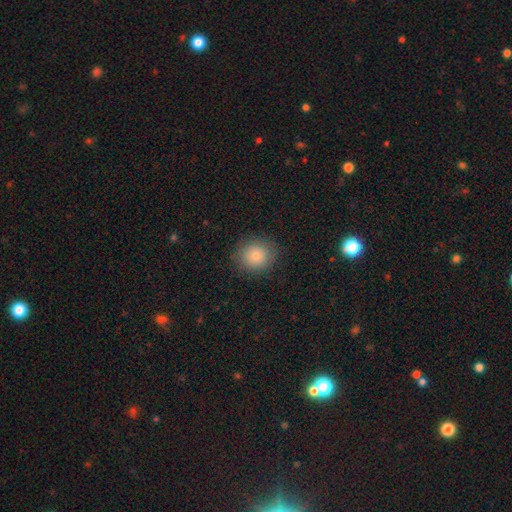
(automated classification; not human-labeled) Smooth or featured: smooth — 83% (star or artifact — 10%)
How rounded: round — 83% (in between — 16%)
Merging: none — 88% (minor disturbance — 8%)